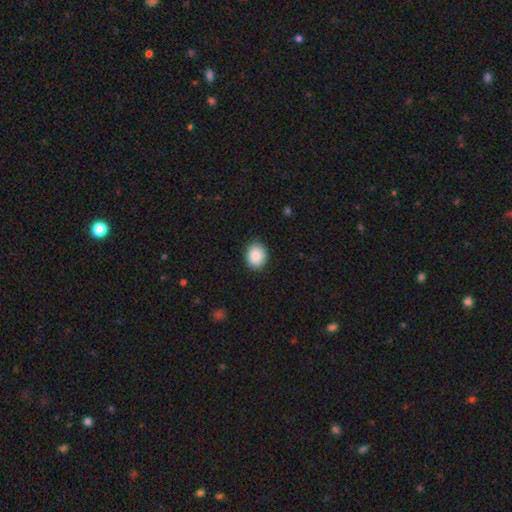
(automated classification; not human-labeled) The model was most divided on "how rounded": round: 59%, in between: 40%, cigar-shaped: 1%. More confident: smooth or featured — smooth (89%); merging — none (87%).